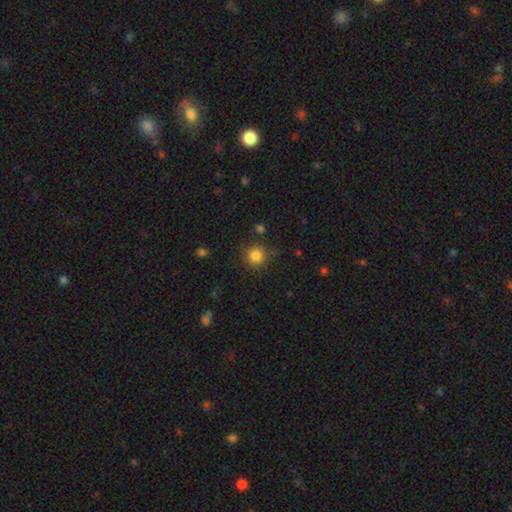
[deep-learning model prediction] Q: Smooth or featured?
A: smooth (84%); runner-up: star or artifact (11%)
Q: How rounded?
A: round (93%); runner-up: in between (6%)
Q: Merging?
A: none (84%); runner-up: minor disturbance (10%)